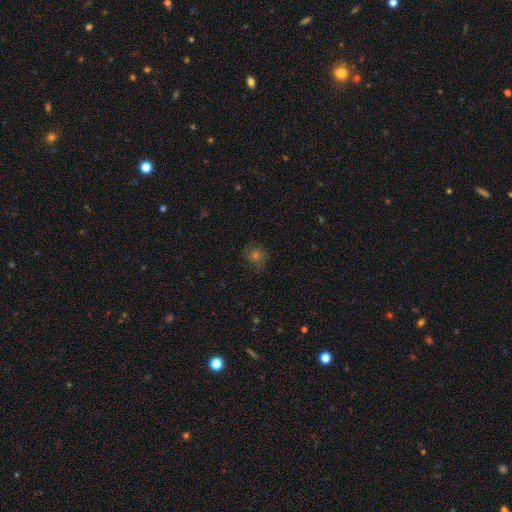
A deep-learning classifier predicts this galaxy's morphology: Overall: smooth (43%; featured or disk 31%). Merging: none (75%).